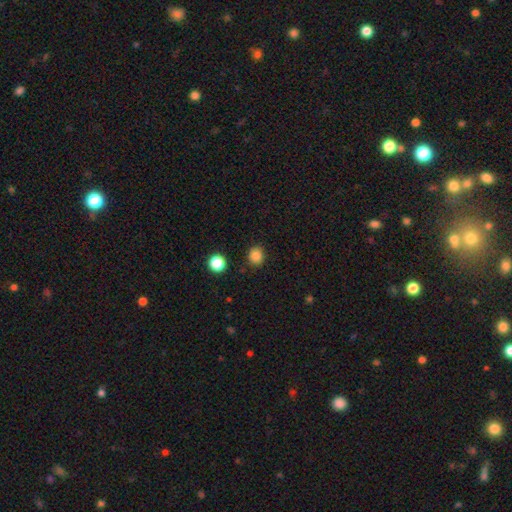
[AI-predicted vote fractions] The model was most divided on "how rounded": round: 80%, in between: 19%, cigar-shaped: 1%. More confident: merging — none (88%); smooth or featured — smooth (84%).